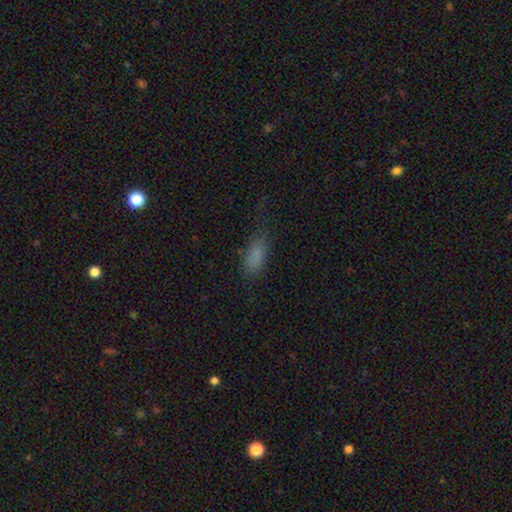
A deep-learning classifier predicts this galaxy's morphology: A smooth galaxy with no disk features (79%) that is in between round and cigar-shaped (80%).

Vote fractions:
- Smooth or featured? smooth: 79% / star or artifact: 13% / featured or disk: 8%
- How rounded? in between: 80% / cigar-shaped: 17% / round: 4%
- Merging? none: 55% / minor disturbance: 27% / major disturbance: 15% / merger: 3%